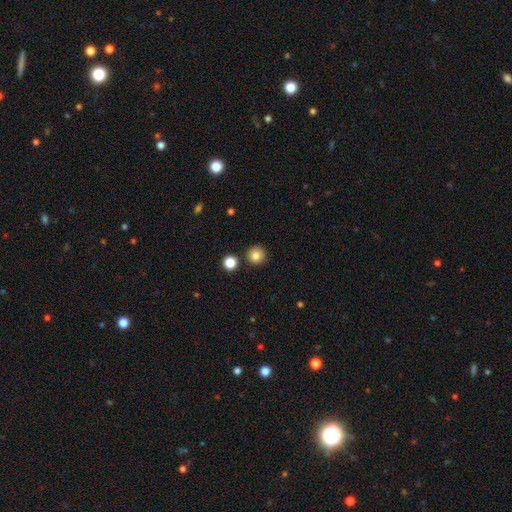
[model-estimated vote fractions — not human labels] smooth 83%, star or artifact 11%, featured or disk 6%. Down the decision tree: how rounded — round (95%); merging — none (88%).